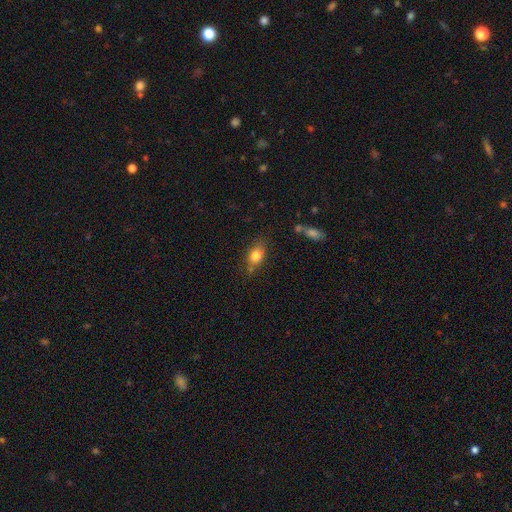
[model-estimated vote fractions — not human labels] This appears to be a smooth galaxy with no disk features (79%) that is in between round and cigar-shaped (75%). Merging: none (68%).